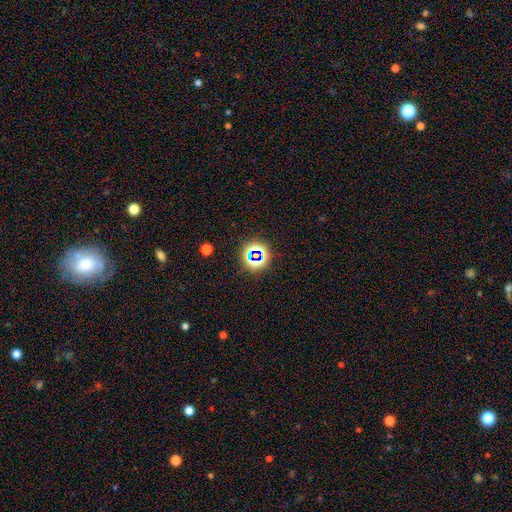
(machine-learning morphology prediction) type=star or artifact (68%).